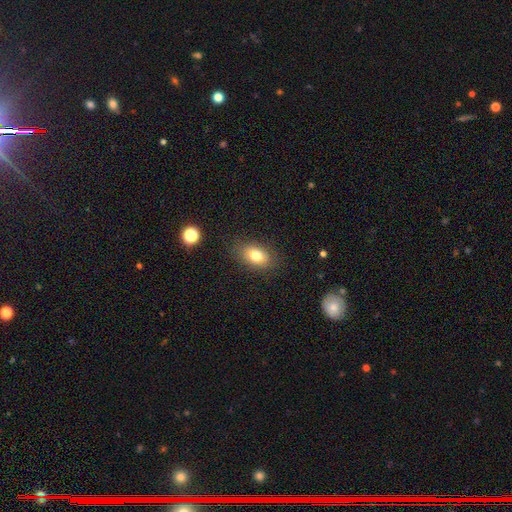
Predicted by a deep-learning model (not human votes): This is likely a smooth galaxy (79%). How rounded: clearly in between (85%). Merging: clearly none (84%).